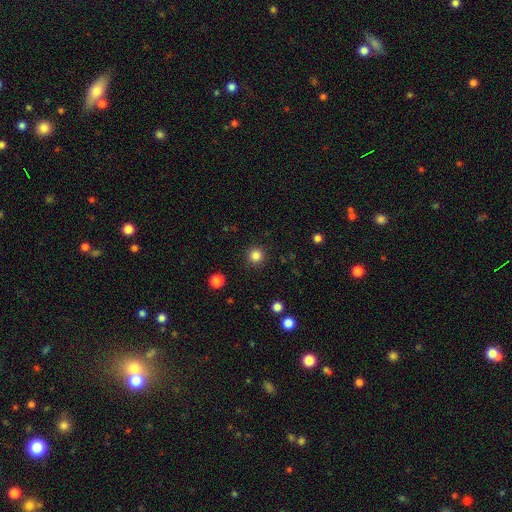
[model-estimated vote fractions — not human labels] A smooth galaxy with no disk features (84%) that is round (96%). Merging: none (91%).